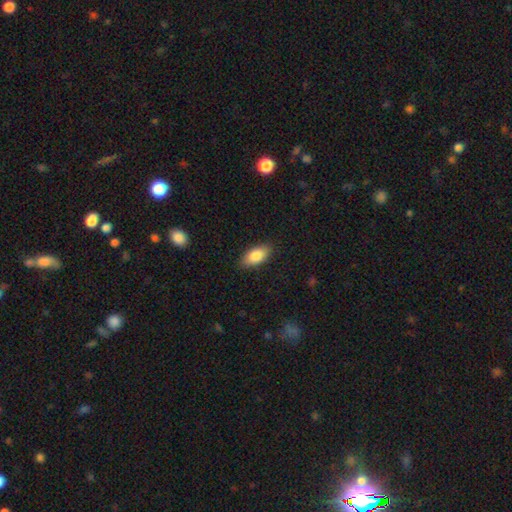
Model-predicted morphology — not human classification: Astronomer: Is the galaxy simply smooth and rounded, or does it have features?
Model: smooth — 84%.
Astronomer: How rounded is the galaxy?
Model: in between — 90%.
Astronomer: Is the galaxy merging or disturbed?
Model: none — 87%.